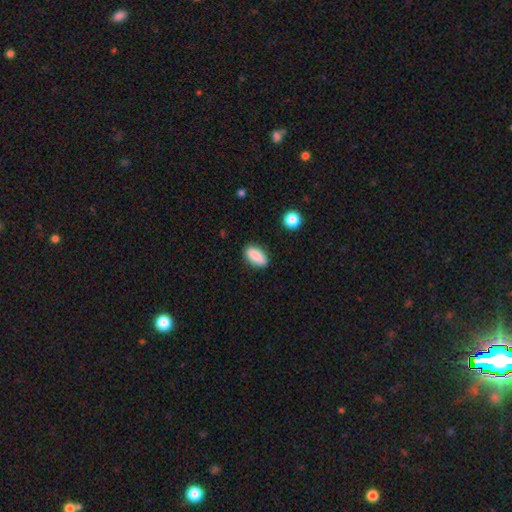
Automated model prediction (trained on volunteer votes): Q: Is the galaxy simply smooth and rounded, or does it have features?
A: smooth — 86%.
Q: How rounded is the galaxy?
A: in between — 83%.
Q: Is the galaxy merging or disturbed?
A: none — 83%.